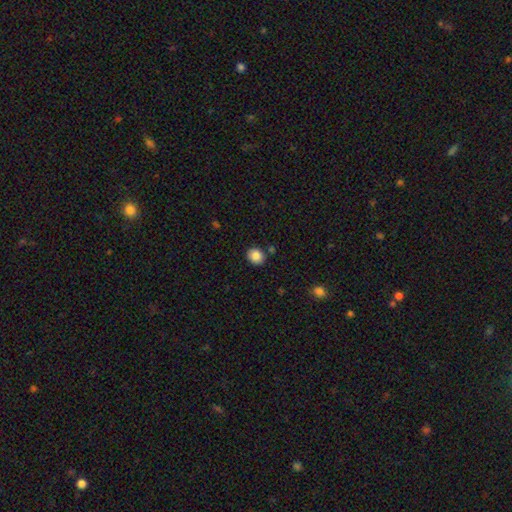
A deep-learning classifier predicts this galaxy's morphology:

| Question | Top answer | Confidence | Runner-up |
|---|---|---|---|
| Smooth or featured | smooth | 87% | star or artifact (9%) |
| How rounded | round | 69% | in between (30%) |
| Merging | none | 85% | minor disturbance (9%) |